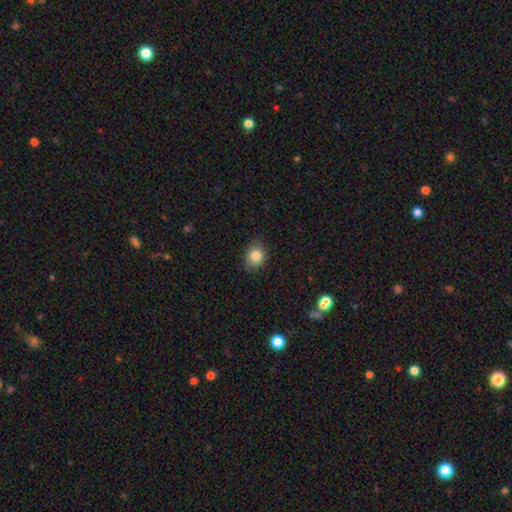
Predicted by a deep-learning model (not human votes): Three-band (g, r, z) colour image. It shows a smooth galaxy with no disk features (83%) that is round (60%). Merging: none (83%).